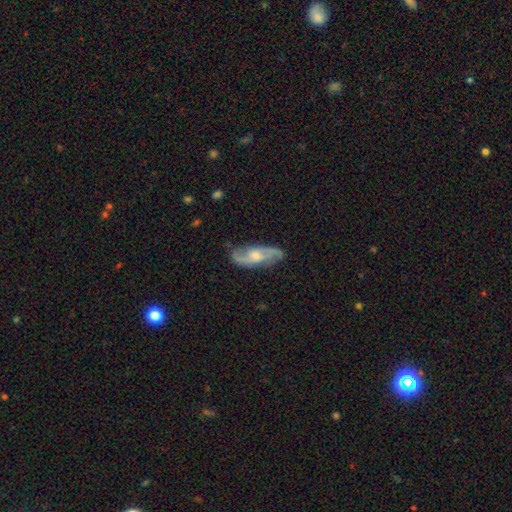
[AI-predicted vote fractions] The model was most divided on "spiral winding": medium: 43%, loose: 42%, tight: 16%. More confident: spiral arms — yes (93%); edge-on disk — no (89%); spiral arm count — 2 (87%); merging — none (77%); smooth or featured — featured or disk (74%); bar — no (53%); bulge size — moderate (53%).